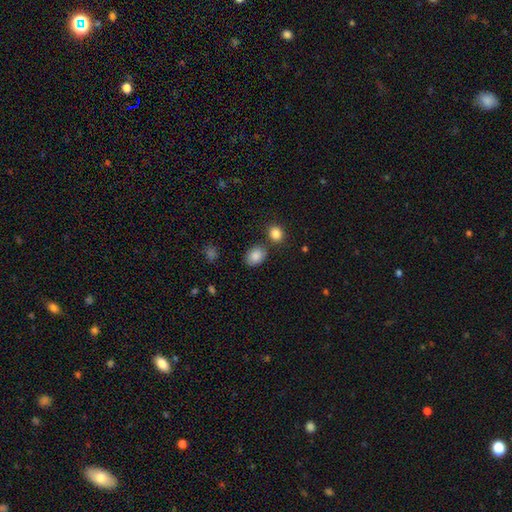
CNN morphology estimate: This appears to be a smooth galaxy with no disk features (86%) that is in between round and cigar-shaped (66%). Merging: none (75%).